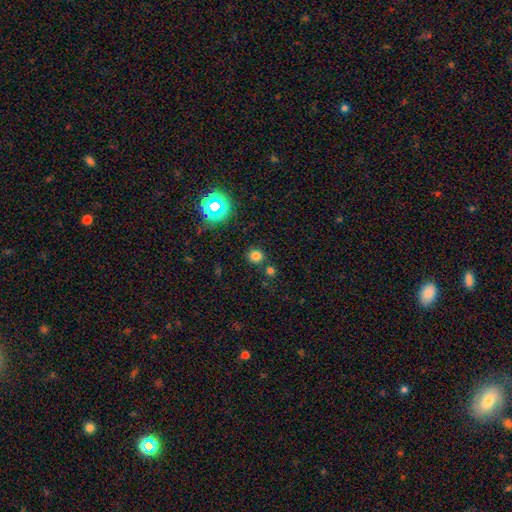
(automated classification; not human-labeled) smooth_or_featured: smooth (p=0.74) [alt: star or artifact p=0.20]
how_rounded: round (p=0.90) [alt: in between p=0.09]
merging: none (p=0.81) [alt: merger p=0.09]